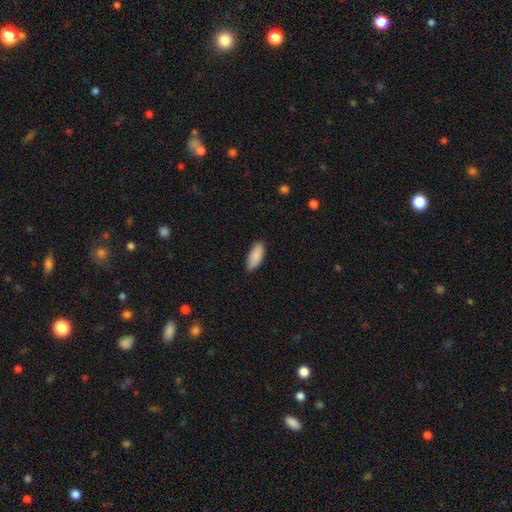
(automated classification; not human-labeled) Smooth or featured? smooth (89%)
How rounded? in between (82%)
Merging? none (83%)